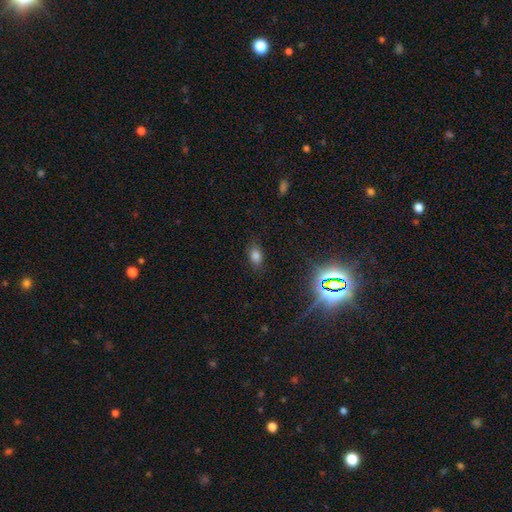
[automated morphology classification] Q: Smooth or featured?
A: smooth (76%); runner-up: star or artifact (16%)
Q: How rounded?
A: in between (83%); runner-up: round (14%)
Q: Merging?
A: none (81%); runner-up: minor disturbance (13%)